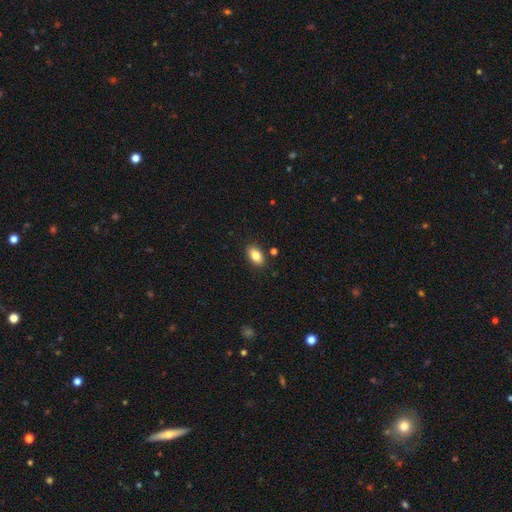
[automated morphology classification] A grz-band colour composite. It shows a smooth galaxy with no disk features (84%) that is in between round and cigar-shaped (90%). Merging: none (86%).